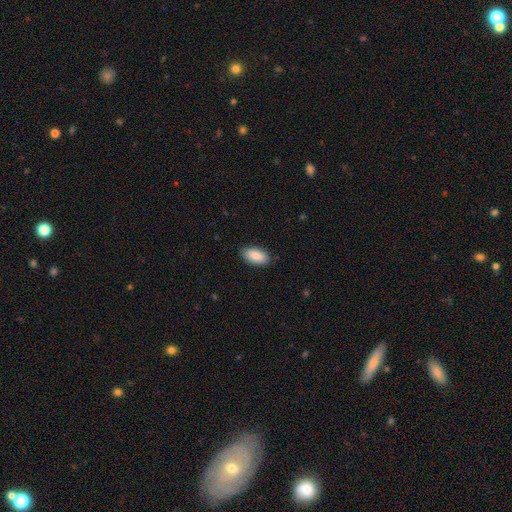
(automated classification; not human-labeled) smooth_or_featured: smooth (p=0.89) [alt: star or artifact p=0.06]
how_rounded: in between (p=0.93) [alt: cigar-shaped p=0.04]
merging: none (p=0.86) [alt: minor disturbance p=0.11]